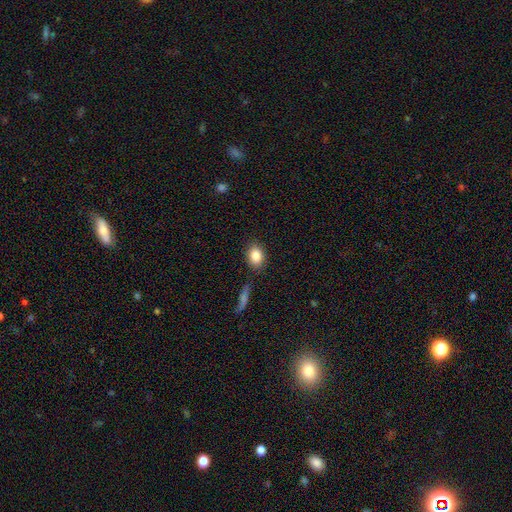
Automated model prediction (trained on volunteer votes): The model was most divided on "how rounded": in between: 69%, round: 29%, cigar-shaped: 2%. More confident: smooth or featured — smooth (85%); merging — none (82%).